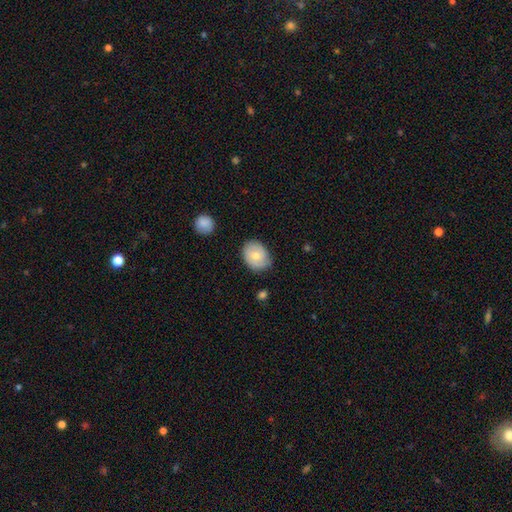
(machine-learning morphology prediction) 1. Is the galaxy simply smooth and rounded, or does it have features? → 57% smooth, 36% featured or disk, 7% star or artifact.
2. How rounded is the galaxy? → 57% in between, 42% round, 1% cigar-shaped.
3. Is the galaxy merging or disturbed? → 72% none, 23% minor disturbance, 4% major disturbance, 1% merger.